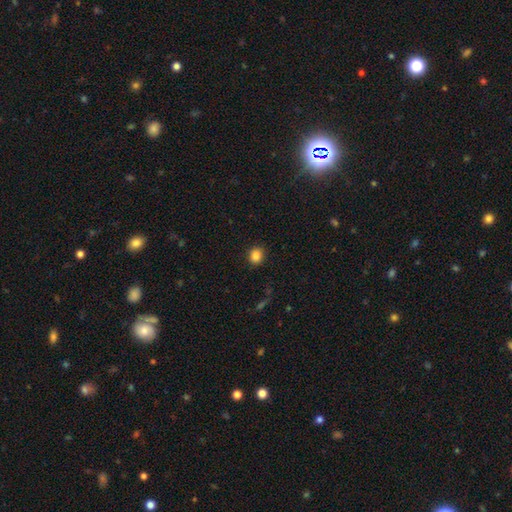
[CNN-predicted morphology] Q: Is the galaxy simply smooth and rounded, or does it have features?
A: smooth — 86%.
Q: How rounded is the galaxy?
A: round — 74%.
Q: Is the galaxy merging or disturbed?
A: none — 89%.